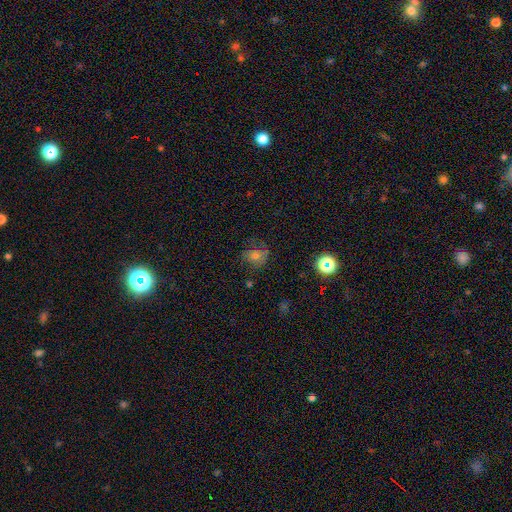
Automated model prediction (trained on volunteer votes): smooth_or_featured: smooth (p=0.48) [alt: star or artifact p=0.26]
merging: none (p=0.68) [alt: minor disturbance p=0.20]